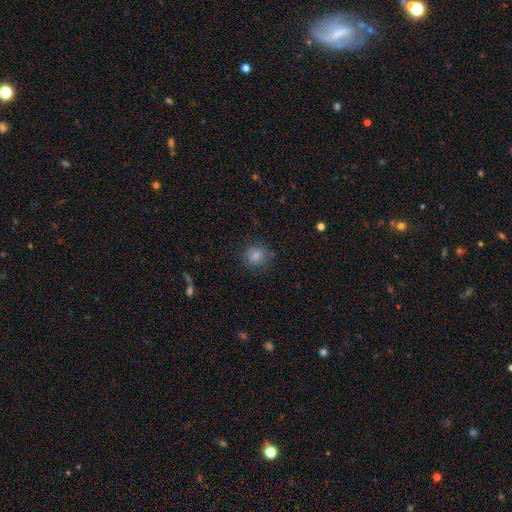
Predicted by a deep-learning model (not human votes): Smooth or featured?
  - smooth: 82% *
  - star or artifact: 11%
  - featured or disk: 7%
How rounded?
  - round: 82% *
  - in between: 17%
  - cigar-shaped: 1%
Merging?
  - none: 78% *
  - minor disturbance: 15%
  - major disturbance: 5%
  - merger: 1%